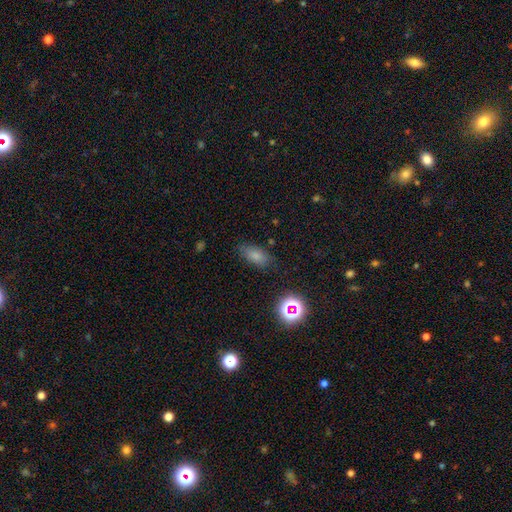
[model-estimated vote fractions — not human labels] smooth_or_featured: smooth (p=0.77) [alt: star or artifact p=0.14]
how_rounded: in between (p=0.87) [alt: cigar-shaped p=0.08]
merging: none (p=0.79) [alt: minor disturbance p=0.15]